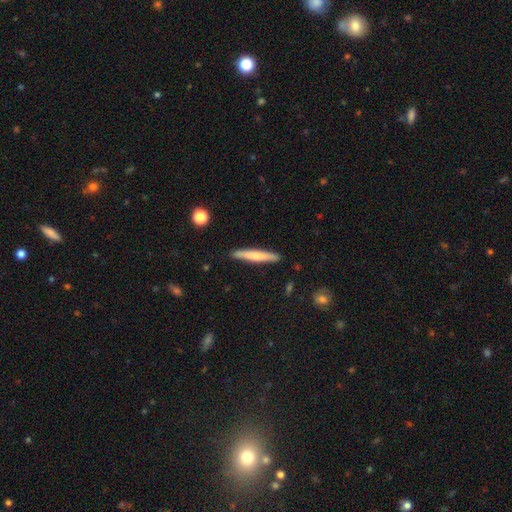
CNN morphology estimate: Smooth or featured: smooth — 63% (featured or disk — 32%)
How rounded: cigar-shaped — 94% (in between — 4%)
Merging: none — 89% (minor disturbance — 8%)